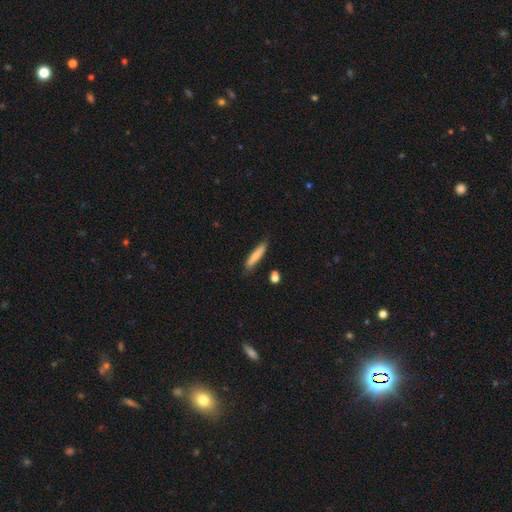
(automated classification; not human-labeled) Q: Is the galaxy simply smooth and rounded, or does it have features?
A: smooth — 74%.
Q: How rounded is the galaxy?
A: cigar-shaped — 88%.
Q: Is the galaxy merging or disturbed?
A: none — 80%.